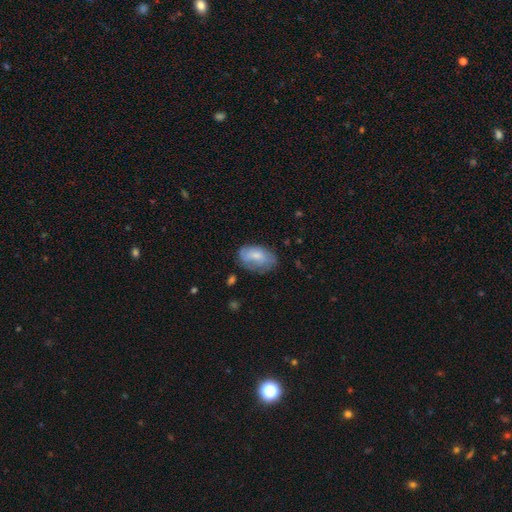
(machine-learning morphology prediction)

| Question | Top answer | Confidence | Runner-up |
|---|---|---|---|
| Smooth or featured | smooth | 72% | featured or disk (21%) |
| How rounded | in between | 90% | round (8%) |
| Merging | none | 60% | minor disturbance (28%) |